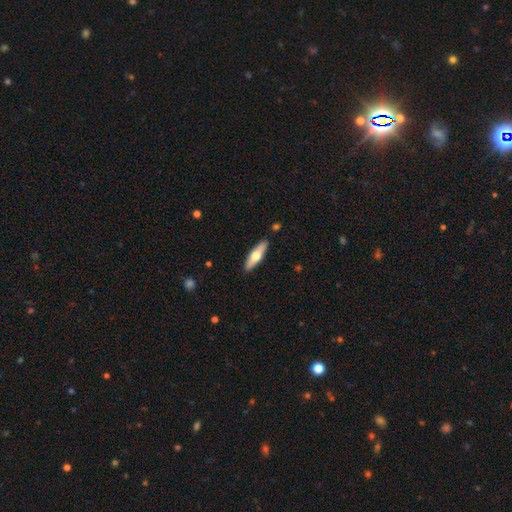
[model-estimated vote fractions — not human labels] smooth 54%, featured or disk 41%, star or artifact 5%. Down the decision tree: how rounded — cigar-shaped (61%); merging — none (89%).